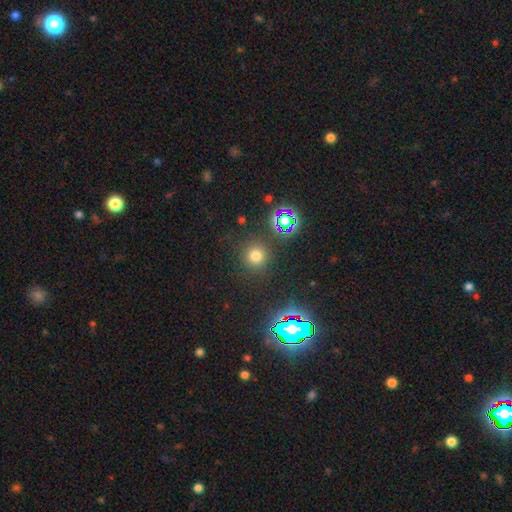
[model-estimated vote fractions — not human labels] smooth-or-featured: smooth: 68% | star or artifact: 26% | featured or disk: 7%
  how-rounded: round: 94% | in between: 5% | cigar-shaped: 1%
  merging: none: 87% | minor disturbance: 7% | major disturbance: 3% | merger: 3%